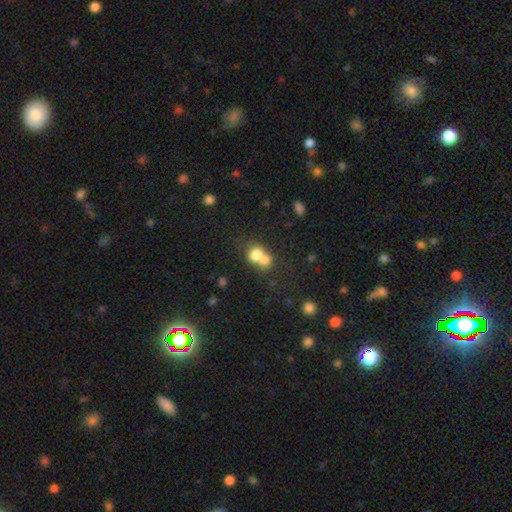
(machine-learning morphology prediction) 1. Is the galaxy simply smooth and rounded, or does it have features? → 74% smooth, 15% featured or disk, 12% star or artifact.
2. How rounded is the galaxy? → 65% round, 34% in between, 1% cigar-shaped.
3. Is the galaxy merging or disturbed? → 63% merger, 27% none, 6% minor disturbance, 4% major disturbance.